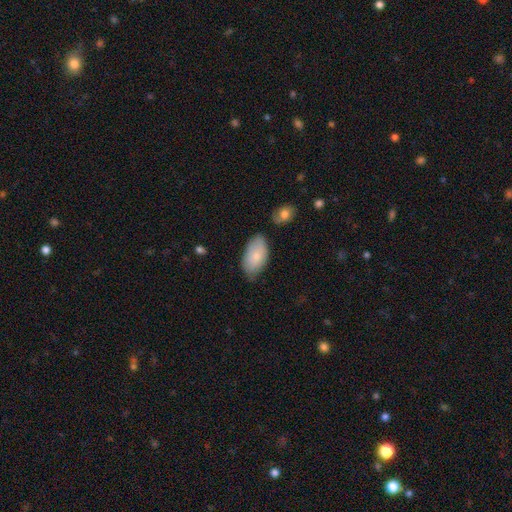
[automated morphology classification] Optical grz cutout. It shows a smooth galaxy with no disk features (81%) that is in between round and cigar-shaped (95%). Merging: none (68%).